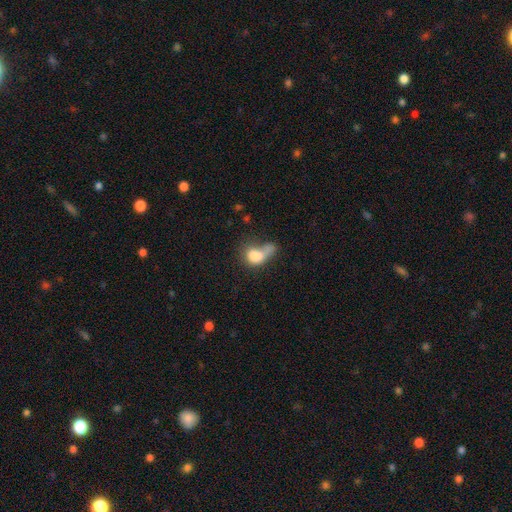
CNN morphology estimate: Overall: smooth (73%). How rounded: in between (70%). Merging: merger (38%; major disturbance 30%).